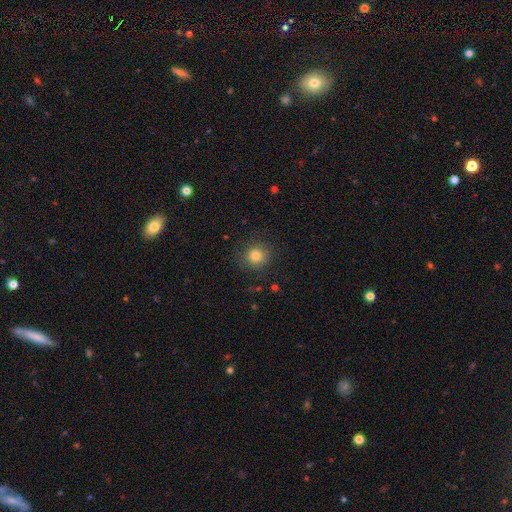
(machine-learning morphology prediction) Smooth or featured: smooth — 81% (star or artifact — 12%)
How rounded: round — 91% (in between — 8%)
Merging: none — 86% (minor disturbance — 10%)